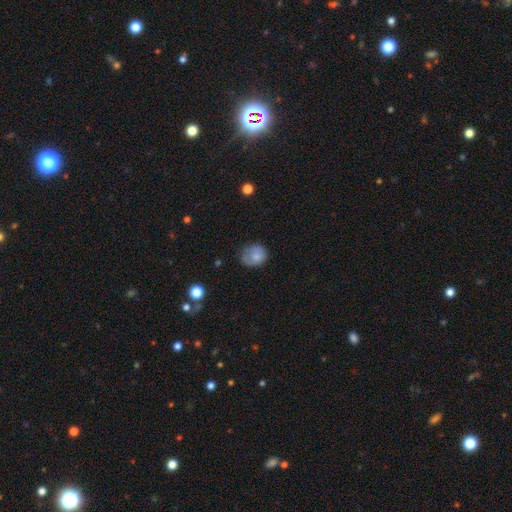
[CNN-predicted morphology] Smooth or featured: smooth — 77% (featured or disk — 14%)
How rounded: round — 68% (in between — 31%)
Merging: none — 57% (minor disturbance — 29%)